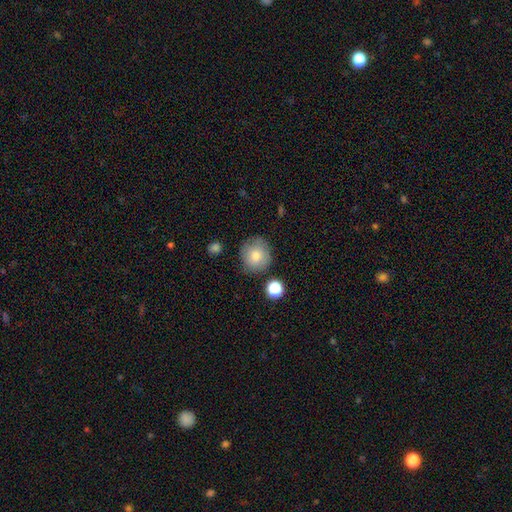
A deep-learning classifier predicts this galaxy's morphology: Smooth or featured? Predicted: smooth (p=0.78). How rounded? Predicted: round (p=0.88). Merging? Predicted: none (p=0.80).